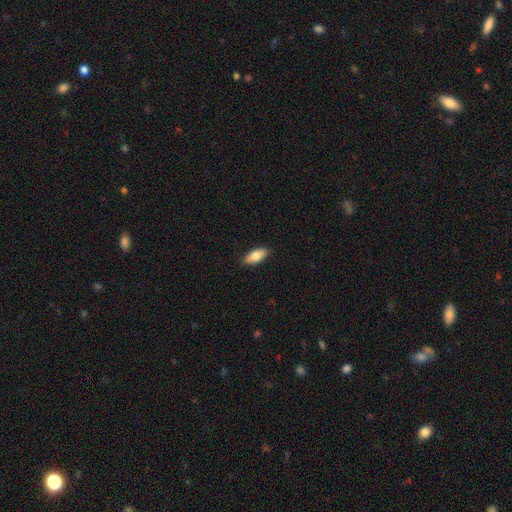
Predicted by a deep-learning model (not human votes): This appears to be a smooth galaxy with no disk features (80%) that is in between round and cigar-shaped (87%). Merging: none (87%).